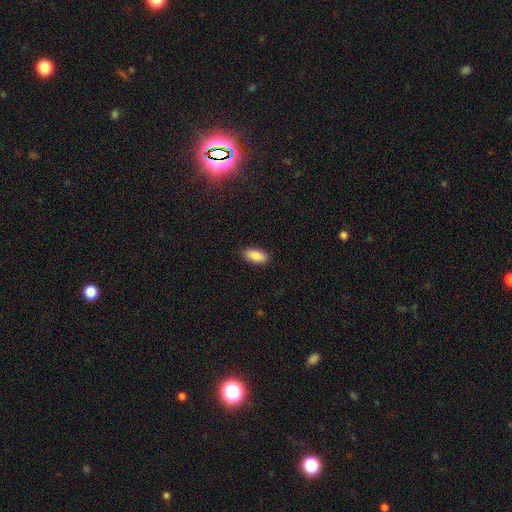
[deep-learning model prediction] This is clearly a smooth galaxy (88%). How rounded: clearly in between (88%). Merging: clearly none (88%).